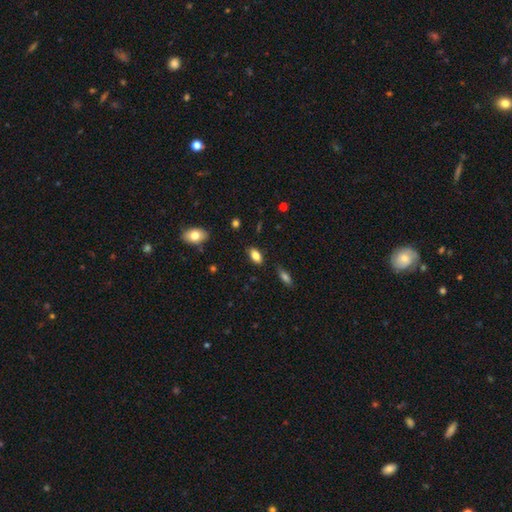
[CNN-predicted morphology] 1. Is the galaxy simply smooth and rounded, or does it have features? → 82% smooth, 10% featured or disk, 8% star or artifact.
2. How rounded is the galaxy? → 90% in between, 5% round, 5% cigar-shaped.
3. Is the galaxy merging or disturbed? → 84% none, 11% minor disturbance, 3% major disturbance, 2% merger.